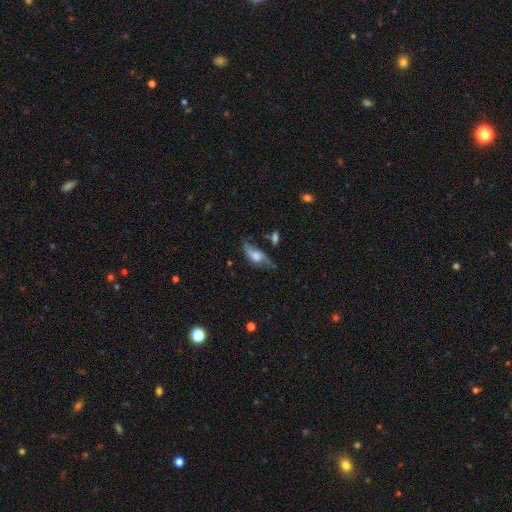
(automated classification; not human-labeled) Q: Smooth or featured?
A: featured or disk (56%); runner-up: smooth (35%)
Q: Edge-on disk?
A: no (76%); runner-up: yes (24%)
Q: Merging?
A: none (53%); runner-up: minor disturbance (28%)